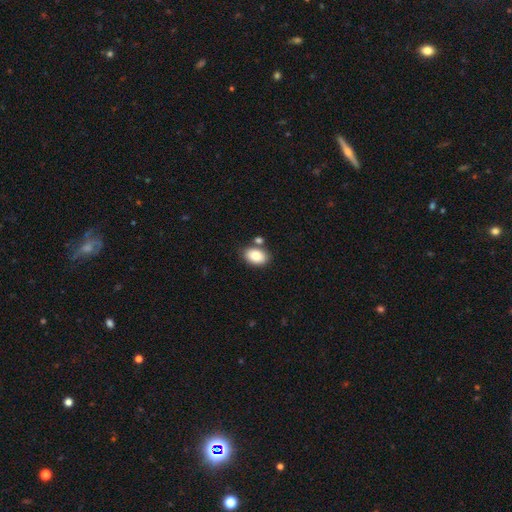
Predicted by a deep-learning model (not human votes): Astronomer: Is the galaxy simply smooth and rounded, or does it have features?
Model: smooth — 84%.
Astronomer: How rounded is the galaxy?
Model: in between — 82%.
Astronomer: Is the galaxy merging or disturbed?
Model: none — 74%.